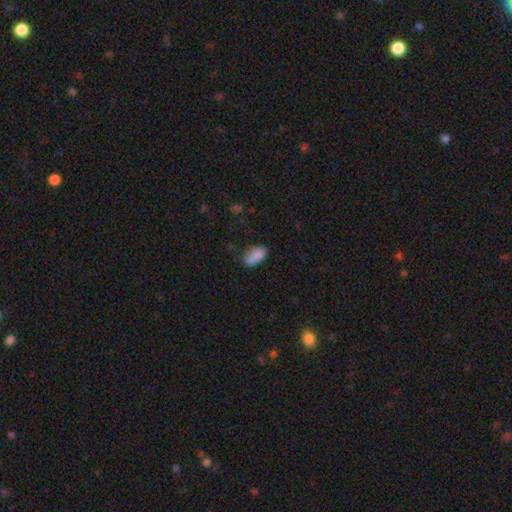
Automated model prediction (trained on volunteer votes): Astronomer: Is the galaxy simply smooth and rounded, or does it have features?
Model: smooth — 82%.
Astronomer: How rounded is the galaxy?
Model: in between — 90%.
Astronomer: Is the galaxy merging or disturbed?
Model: none — 55%.